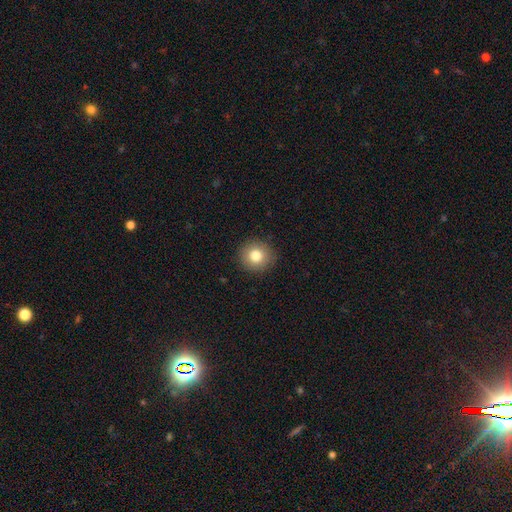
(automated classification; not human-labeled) Smooth or featured? smooth (80%)
How rounded? round (91%)
Merging? none (91%)